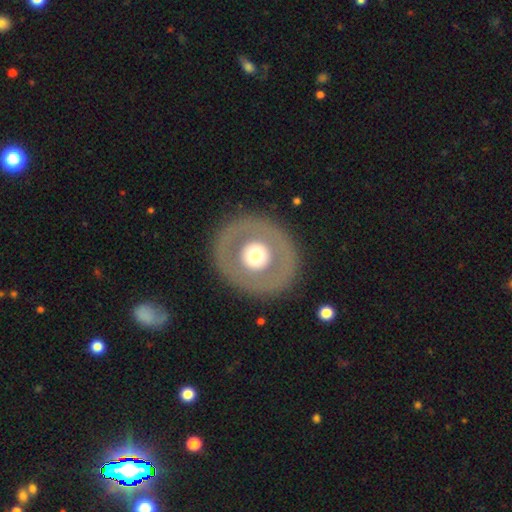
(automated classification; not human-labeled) A featured or disk galaxy (48%).

Vote fractions:
- Smooth or featured? featured or disk: 48% / smooth: 46% / star or artifact: 6%
- Merging? none: 86% / minor disturbance: 7% / major disturbance: 6% / merger: 1%